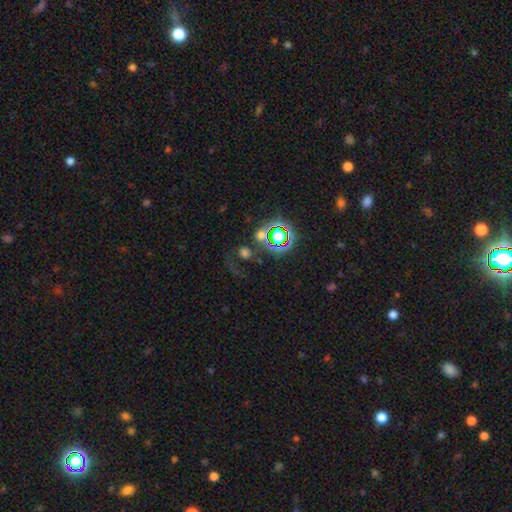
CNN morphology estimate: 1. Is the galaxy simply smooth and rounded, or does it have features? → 64% star or artifact, 19% smooth, 17% featured or disk.